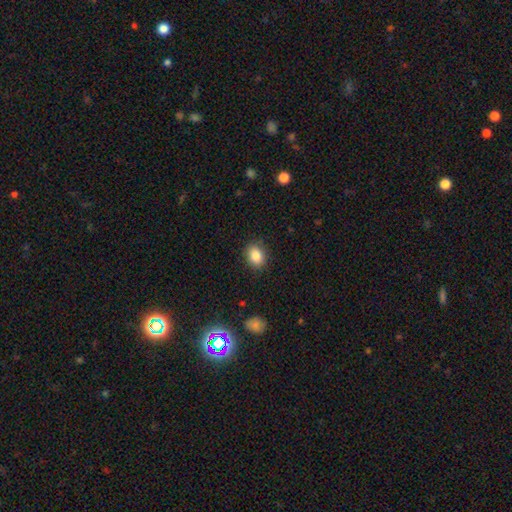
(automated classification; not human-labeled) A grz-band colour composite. It shows a smooth galaxy with no disk features (86%) that is in between round and cigar-shaped (57%). Merging: none (88%).